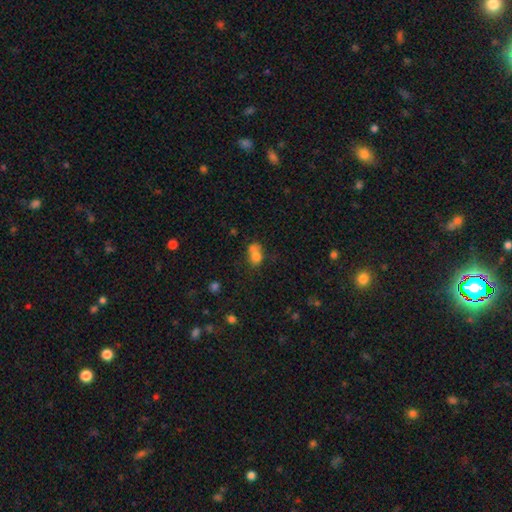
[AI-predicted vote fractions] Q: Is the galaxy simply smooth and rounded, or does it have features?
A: smooth — 72%.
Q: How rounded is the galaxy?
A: round — 51%.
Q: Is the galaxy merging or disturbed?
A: merger — 52%.